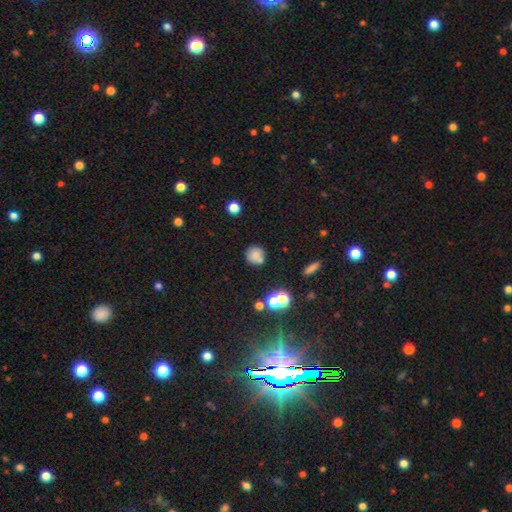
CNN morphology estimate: Smooth or featured?
  - smooth: 76% *
  - star or artifact: 13%
  - featured or disk: 11%
How rounded?
  - round: 90% *
  - in between: 9%
  - cigar-shaped: 1%
Merging?
  - none: 68% *
  - merger: 14%
  - minor disturbance: 13%
  - major disturbance: 4%